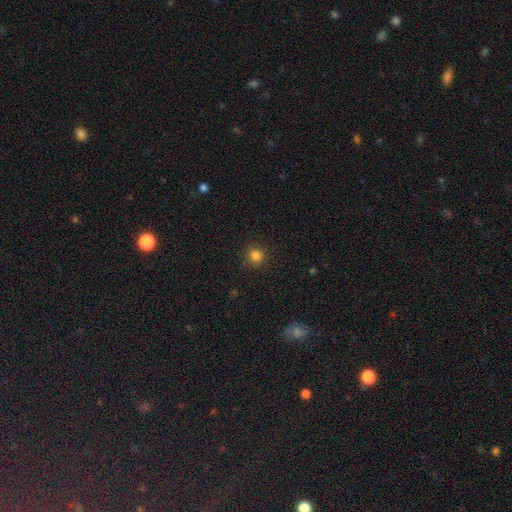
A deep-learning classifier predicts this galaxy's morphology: A smooth galaxy with no disk features (83%) that is round (90%).

Vote fractions:
- Smooth or featured? smooth: 83% / star or artifact: 13% / featured or disk: 4%
- How rounded? round: 90% / in between: 9% / cigar-shaped: 1%
- Merging? none: 90% / minor disturbance: 7% / major disturbance: 2% / merger: 1%